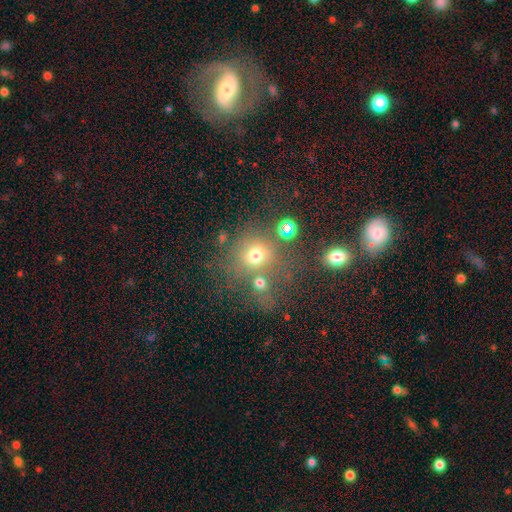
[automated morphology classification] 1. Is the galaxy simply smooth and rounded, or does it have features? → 65% smooth, 22% star or artifact, 13% featured or disk.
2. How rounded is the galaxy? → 80% round, 19% in between, 1% cigar-shaped.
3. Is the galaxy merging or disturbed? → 49% none, 30% merger, 12% minor disturbance, 9% major disturbance.